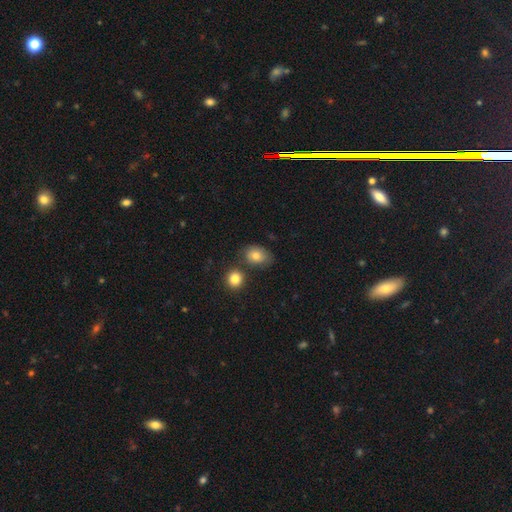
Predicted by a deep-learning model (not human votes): Smooth or featured: smooth — 79% (featured or disk — 11%)
How rounded: in between — 67% (round — 31%)
Merging: none — 61% (minor disturbance — 21%)